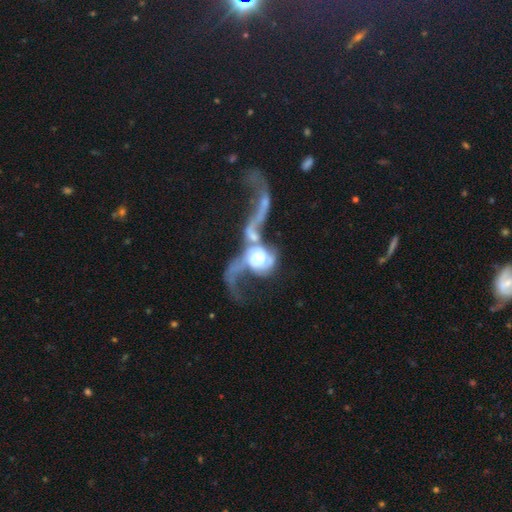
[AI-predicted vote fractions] Q: Smooth or featured?
A: featured or disk (69%); runner-up: smooth (22%)
Q: Edge-on disk?
A: no (93%); runner-up: yes (7%)
Q: Bar?
A: no (75%); runner-up: weak (18%)
Q: Spiral arms?
A: yes (67%); runner-up: no (33%)
Q: Bulge size?
A: moderate (44%); runner-up: large (35%)
Q: Merging?
A: merger (58%); runner-up: major disturbance (27%)